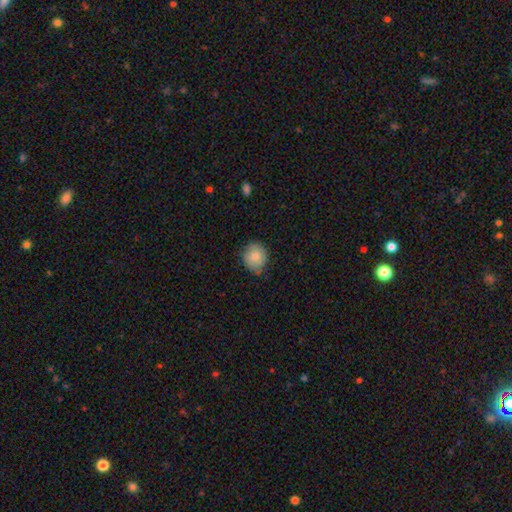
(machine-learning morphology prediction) This appears to be a smooth galaxy with no disk features (80%) that is round (80%). Merging: none (71%).